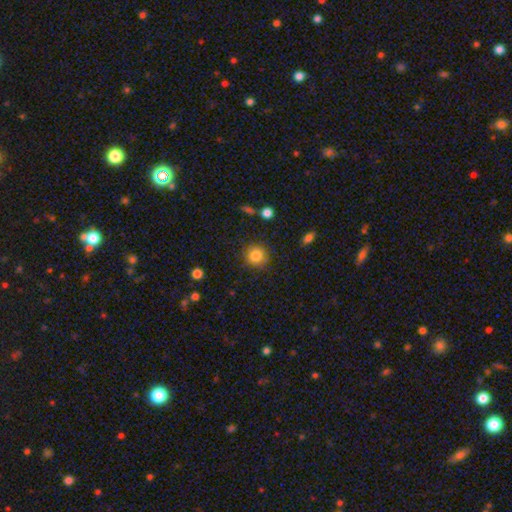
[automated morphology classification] type=smooth (83%); roundness=round (91%); merging=none (84%).